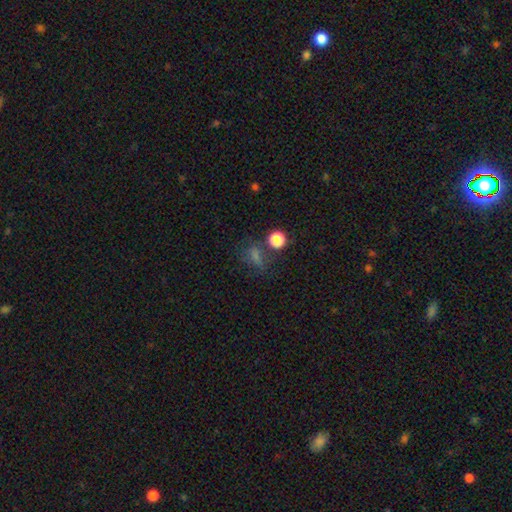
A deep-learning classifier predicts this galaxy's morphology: Smooth or featured?
  - smooth: 66% *
  - star or artifact: 24%
  - featured or disk: 10%
How rounded?
  - in between: 51% *
  - round: 43%
  - cigar-shaped: 6%
Merging?
  - none: 57% *
  - minor disturbance: 19%
  - major disturbance: 14%
  - merger: 11%